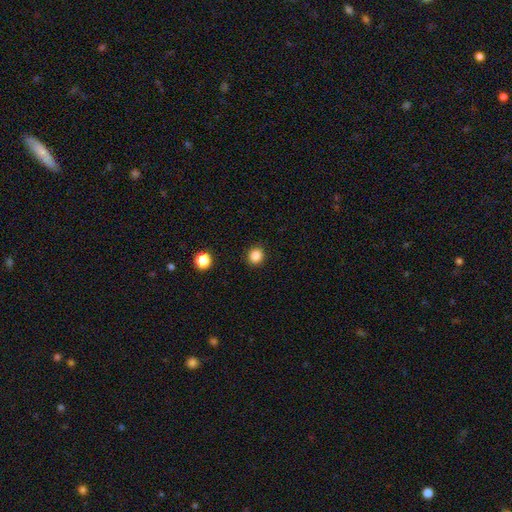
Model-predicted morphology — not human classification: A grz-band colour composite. It shows a smooth galaxy with no disk features (86%) that is round (84%). Merging: none (90%).